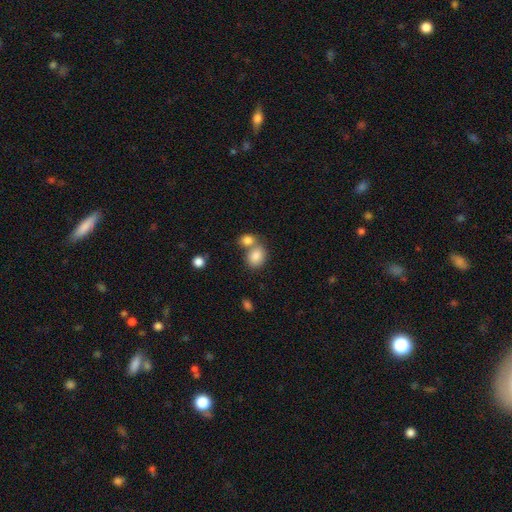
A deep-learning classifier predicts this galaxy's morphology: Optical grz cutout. It shows a smooth galaxy with no disk features (84%) that is in between round and cigar-shaped (55%). Merging: merger (46%).